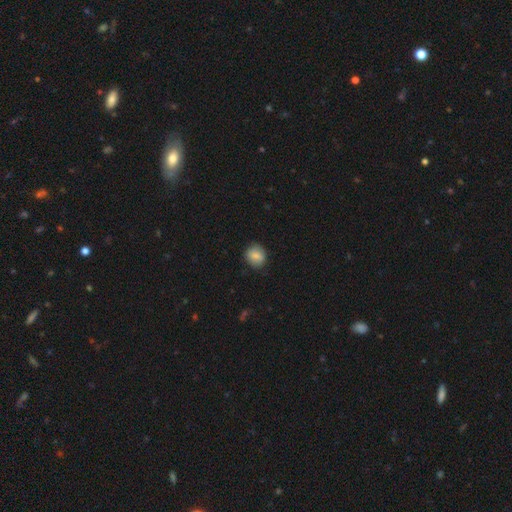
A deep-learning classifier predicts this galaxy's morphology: type=smooth (83%); roundness=round (72%); merging=none (84%).